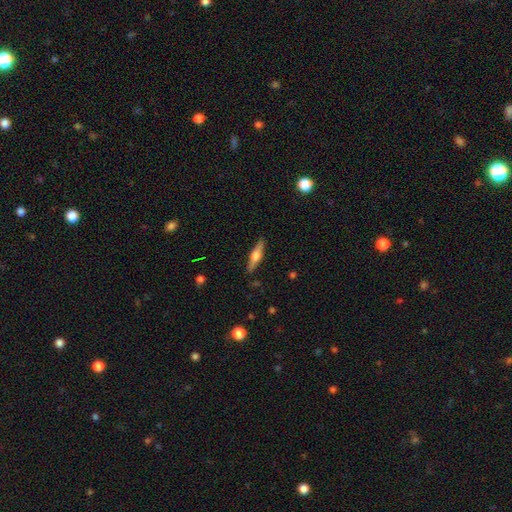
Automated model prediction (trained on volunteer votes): The model was most divided on "smooth or featured": featured or disk: 63%, smooth: 31%, star or artifact: 6%. More confident: edge-on disk — yes (96%); edge-on bulge — rounded (93%); merging — none (89%).